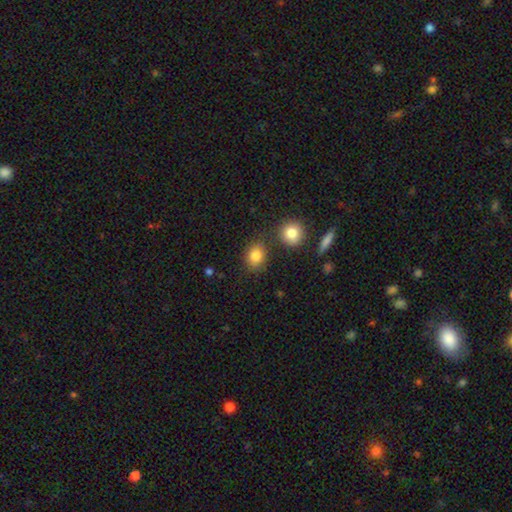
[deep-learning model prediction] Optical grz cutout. It shows a smooth galaxy with no disk features (84%) that is round (57%). Merging: none (74%).